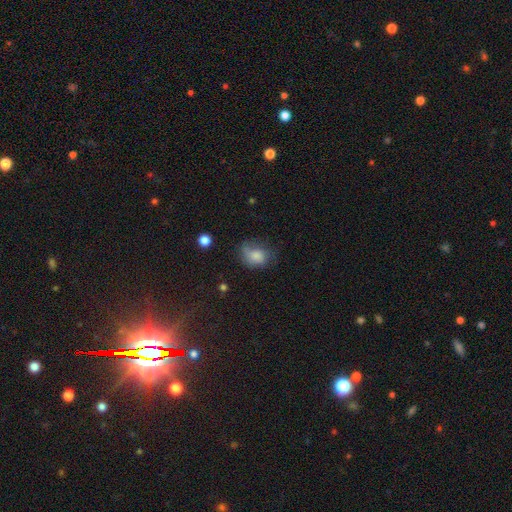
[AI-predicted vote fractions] This appears to be a smooth galaxy with no disk features (76%) that is in between round and cigar-shaped (62%). Merging: none (45%).